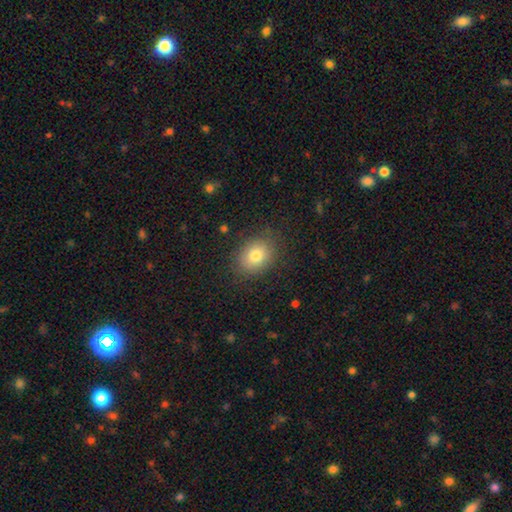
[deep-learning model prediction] Q: Smooth or featured?
A: smooth (79%); runner-up: featured or disk (11%)
Q: How rounded?
A: in between (55%); runner-up: round (44%)
Q: Merging?
A: none (83%); runner-up: minor disturbance (12%)